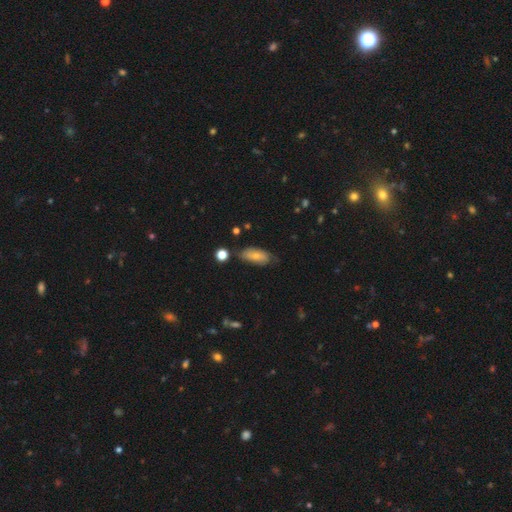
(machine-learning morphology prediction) type=smooth (67%); roundness=in between (84%); merging=none (63%).